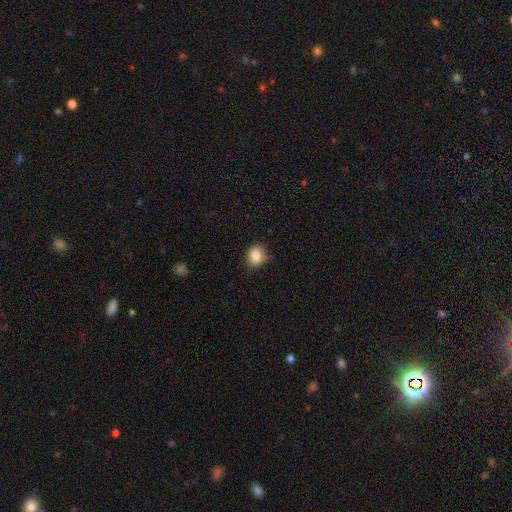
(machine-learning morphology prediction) The model was most divided on "how rounded": round: 57%, in between: 42%, cigar-shaped: 1%. More confident: smooth or featured — smooth (84%); merging — none (75%).